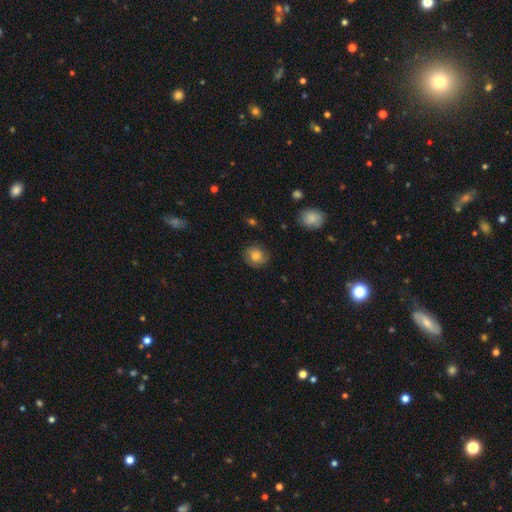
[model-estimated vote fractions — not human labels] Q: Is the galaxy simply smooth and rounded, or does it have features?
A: smooth — 65%.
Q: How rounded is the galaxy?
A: round — 81%.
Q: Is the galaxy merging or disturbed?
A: none — 79%.